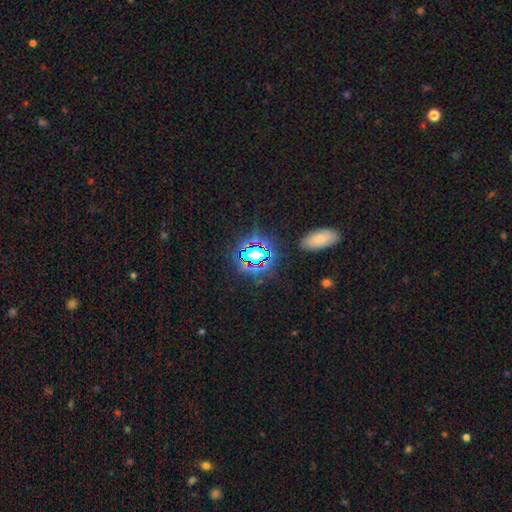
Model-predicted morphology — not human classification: Q: Smooth or featured?
A: star or artifact (68%); runner-up: smooth (21%)